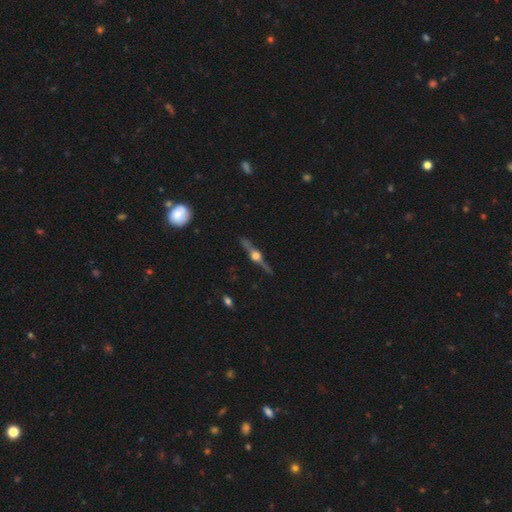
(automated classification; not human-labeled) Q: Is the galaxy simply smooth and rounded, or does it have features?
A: featured or disk — 85%.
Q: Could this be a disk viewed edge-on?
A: yes — 98%.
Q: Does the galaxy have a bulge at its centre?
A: rounded — 96%.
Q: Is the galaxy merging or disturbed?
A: none — 88%.